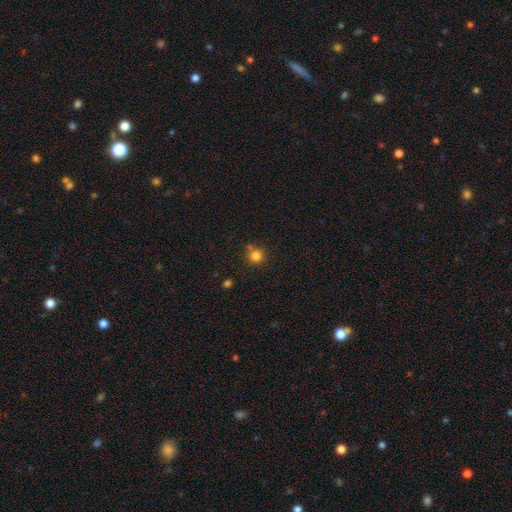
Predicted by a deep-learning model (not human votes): A smooth galaxy with no disk features (81%) that is round (93%).

Vote fractions:
- Smooth or featured? smooth: 81% / star or artifact: 13% / featured or disk: 6%
- How rounded? round: 93% / in between: 6% / cigar-shaped: 1%
- Merging? none: 74% / merger: 14% / minor disturbance: 10% / major disturbance: 3%